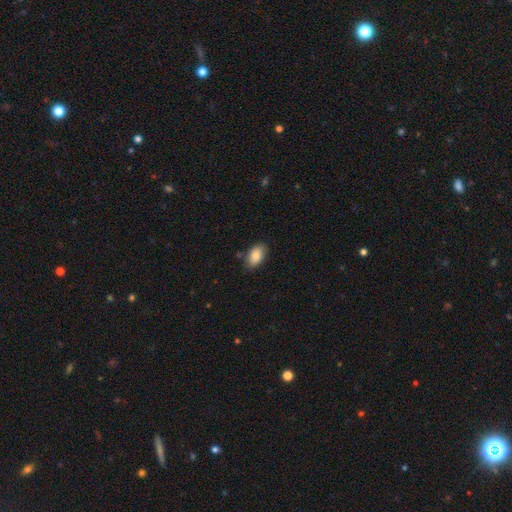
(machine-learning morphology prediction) Smooth or featured? smooth (84%)
How rounded? in between (93%)
Merging? none (82%)